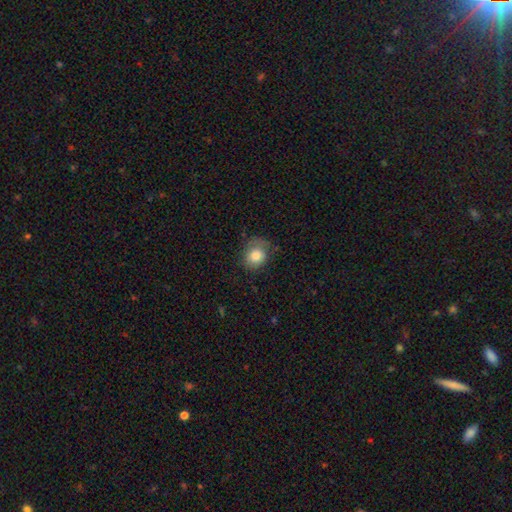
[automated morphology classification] A smooth galaxy with no disk features (81%) that is round (67%). Merging: none (58%).